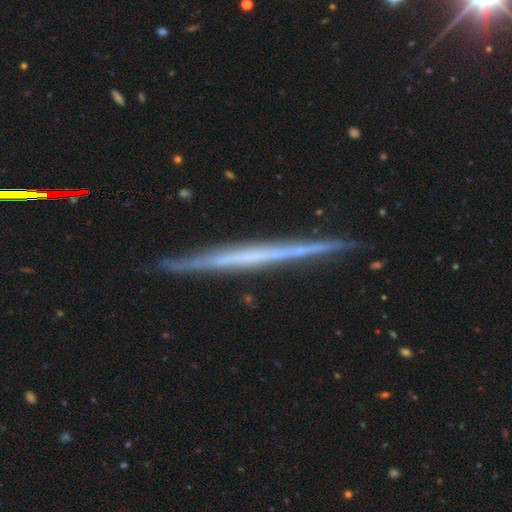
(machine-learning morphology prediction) Overall: featured or disk (69%). Edge-on disk: yes (97%). Edge-on bulge: none (92%). Merging: none (89%).